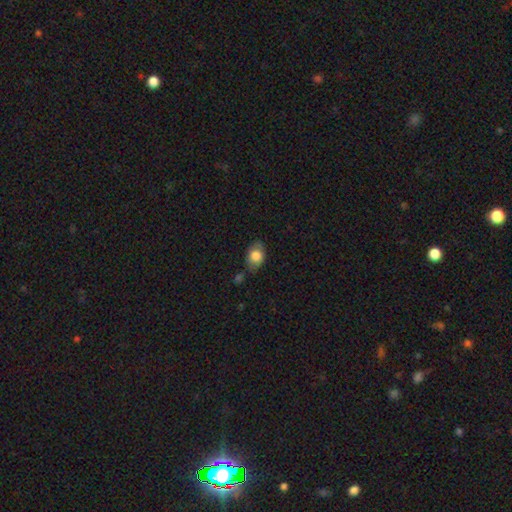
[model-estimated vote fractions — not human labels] A smooth galaxy with no disk features (79%) that is in between round and cigar-shaped (76%). Merging: none (65%).